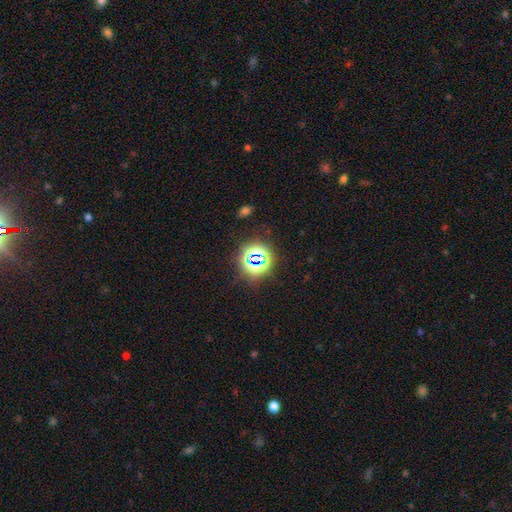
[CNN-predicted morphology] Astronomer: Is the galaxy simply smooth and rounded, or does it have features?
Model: star or artifact — 76%.